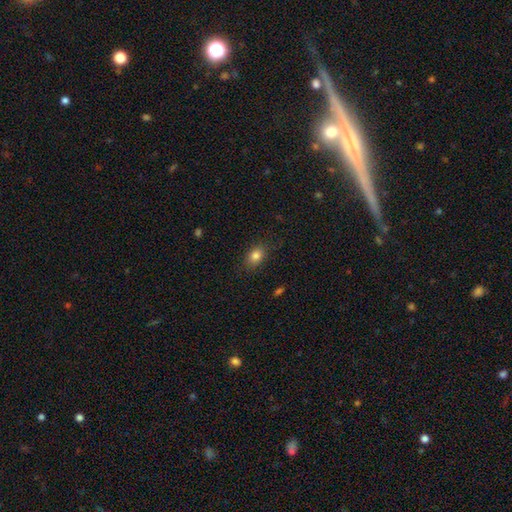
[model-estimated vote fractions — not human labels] smooth-or-featured: smooth: 83% | star or artifact: 10% | featured or disk: 7%
  how-rounded: in between: 75% | round: 23% | cigar-shaped: 2%
  merging: none: 84% | minor disturbance: 12% | major disturbance: 3% | merger: 1%